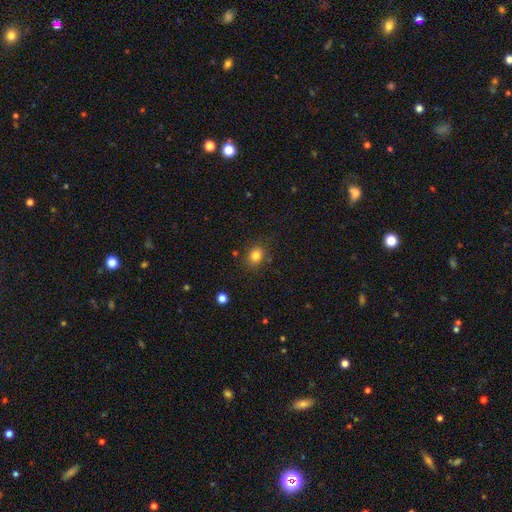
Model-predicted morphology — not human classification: The model was most divided on "how rounded": round: 55%, in between: 44%, cigar-shaped: 1%. More confident: smooth or featured — smooth (82%); merging — none (81%).